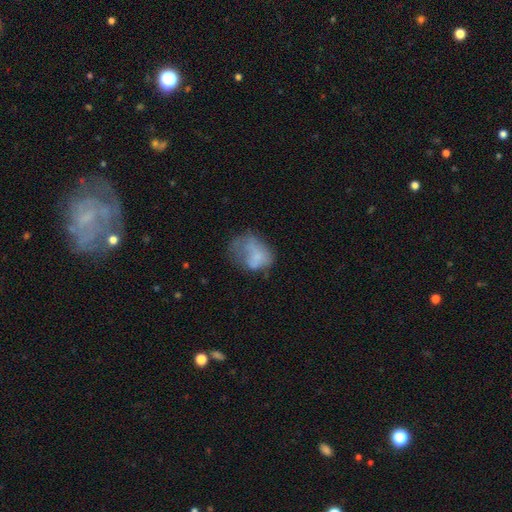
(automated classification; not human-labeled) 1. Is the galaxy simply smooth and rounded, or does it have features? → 59% smooth, 30% featured or disk, 11% star or artifact.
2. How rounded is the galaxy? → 68% in between, 31% round, 1% cigar-shaped.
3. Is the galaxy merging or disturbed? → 41% major disturbance, 26% minor disturbance, 26% none, 7% merger.